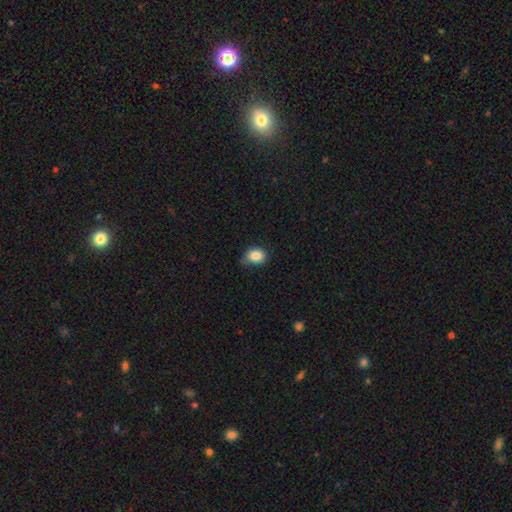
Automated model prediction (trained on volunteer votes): Smooth or featured?
  - smooth: 85% *
  - star or artifact: 9%
  - featured or disk: 5%
How rounded?
  - in between: 51% *
  - round: 48%
  - cigar-shaped: 1%
Merging?
  - none: 68% *
  - minor disturbance: 26%
  - major disturbance: 4%
  - merger: 1%